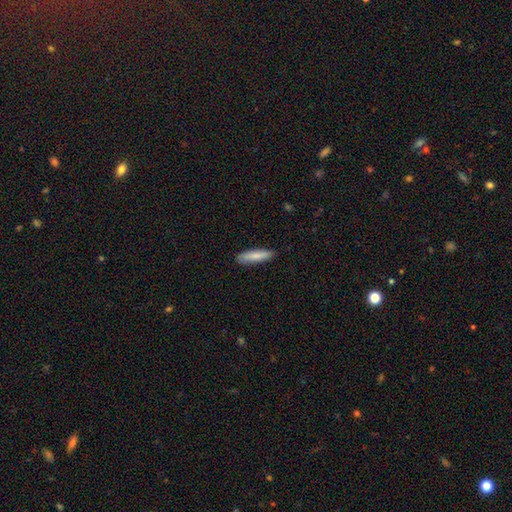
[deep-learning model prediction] Smooth or featured?
  - smooth: 81% *
  - featured or disk: 13%
  - star or artifact: 6%
How rounded?
  - cigar-shaped: 79% *
  - in between: 20%
  - round: 1%
Merging?
  - none: 89% *
  - minor disturbance: 9%
  - major disturbance: 2%
  - merger: 1%